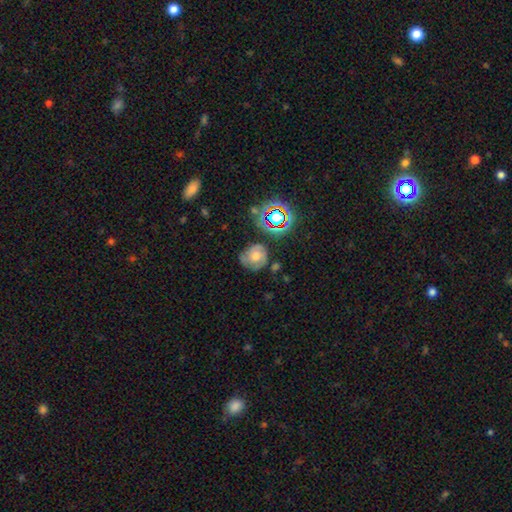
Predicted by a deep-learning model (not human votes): smooth_or_featured: featured or disk (p=0.46) [alt: smooth p=0.32]
merging: none (p=0.62) [alt: minor disturbance p=0.22]